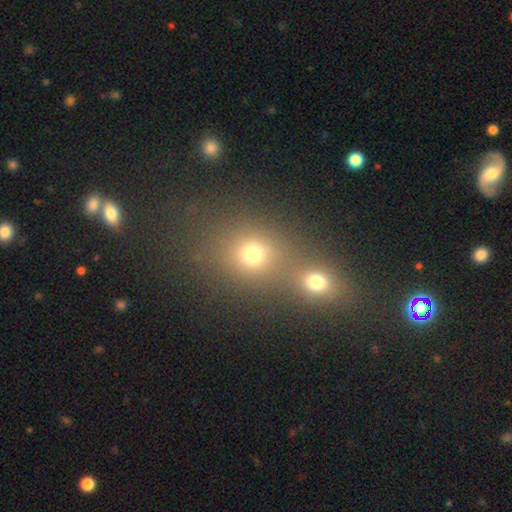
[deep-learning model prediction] Smooth or featured? smooth (53%)
How rounded? round (73%)
Merging? none (49%)